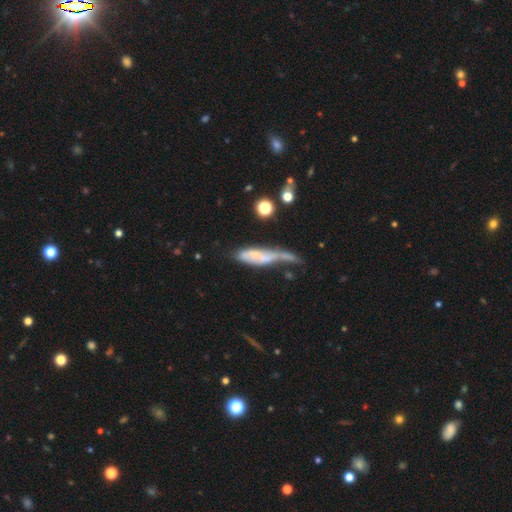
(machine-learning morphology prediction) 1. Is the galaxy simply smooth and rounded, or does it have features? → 48% featured or disk, 43% smooth, 9% star or artifact.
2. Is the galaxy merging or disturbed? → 36% major disturbance, 22% minor disturbance, 22% merger, 20% none.